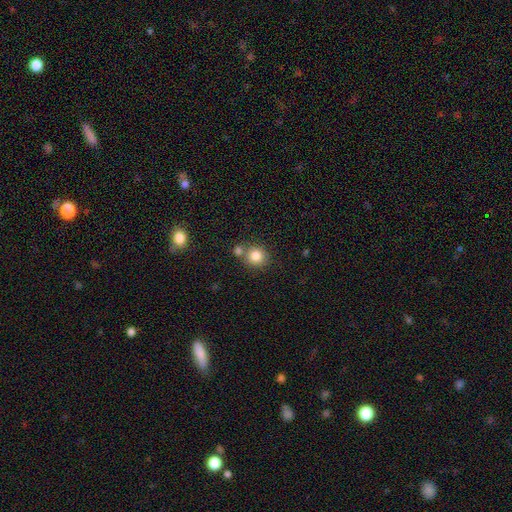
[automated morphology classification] smooth 83%, star or artifact 10%, featured or disk 7%. Down the decision tree: how rounded — round (86%); merging — none (61%).